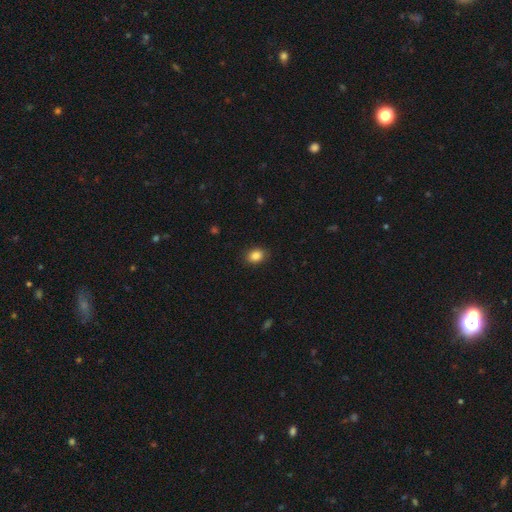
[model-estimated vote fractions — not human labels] smooth-or-featured: smooth: 86% | star or artifact: 10% | featured or disk: 4%
  how-rounded: in between: 60% | round: 39% | cigar-shaped: 1%
  merging: none: 88% | minor disturbance: 9% | major disturbance: 2% | merger: 1%